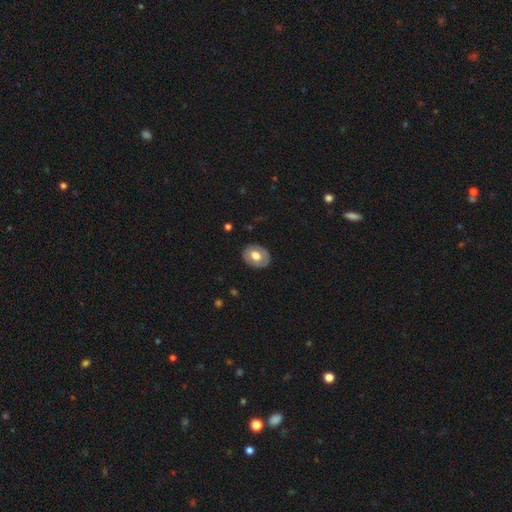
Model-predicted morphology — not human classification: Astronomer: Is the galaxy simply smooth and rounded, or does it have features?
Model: smooth — 55% (runner-up: featured or disk, 39%).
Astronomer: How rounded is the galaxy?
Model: in between — 62% (runner-up: round, 37%).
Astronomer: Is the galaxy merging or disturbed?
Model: none — 82%.